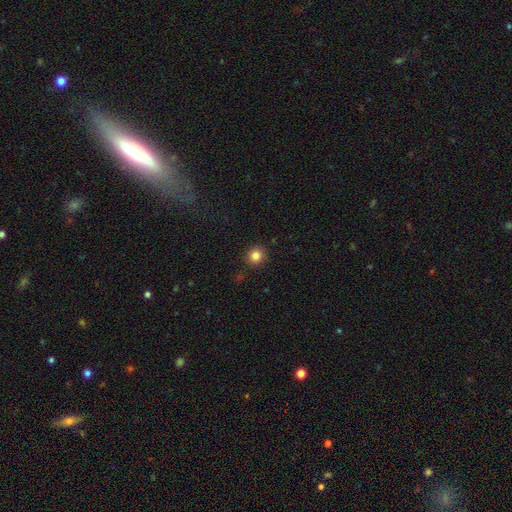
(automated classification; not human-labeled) A smooth galaxy with no disk features (83%) that is round (92%).

Vote fractions:
- Smooth or featured? smooth: 83% / star or artifact: 12% / featured or disk: 5%
- How rounded? round: 92% / in between: 8% / cigar-shaped: 1%
- Merging? none: 91% / minor disturbance: 6% / major disturbance: 2% / merger: 1%